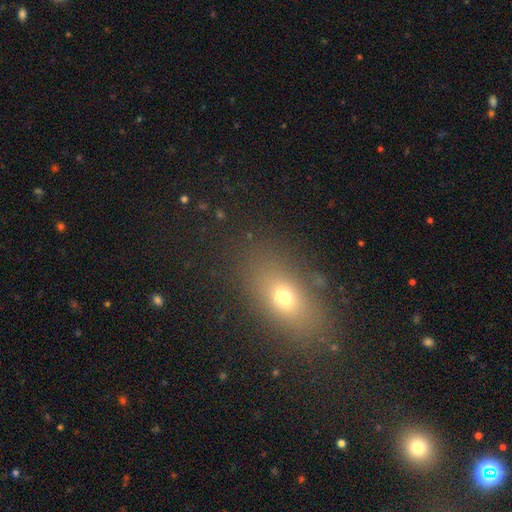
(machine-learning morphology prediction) Smooth or featured? Predicted: smooth (p=0.63). How rounded? Predicted: in between (p=0.74). Merging? Predicted: none (p=0.82).